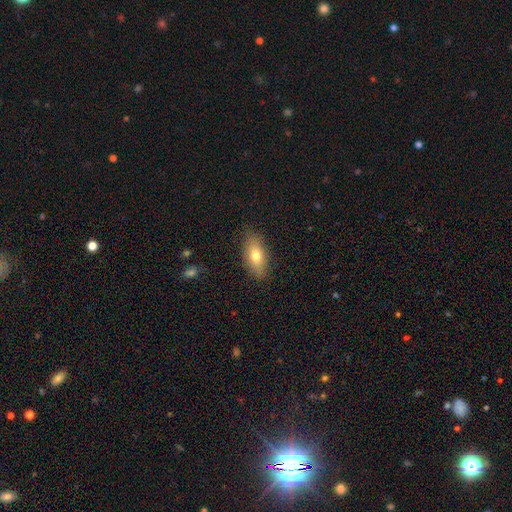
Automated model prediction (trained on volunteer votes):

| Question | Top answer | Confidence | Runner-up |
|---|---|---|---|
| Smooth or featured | smooth | 73% | featured or disk (19%) |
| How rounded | in between | 85% | cigar-shaped (10%) |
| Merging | none | 85% | minor disturbance (11%) |